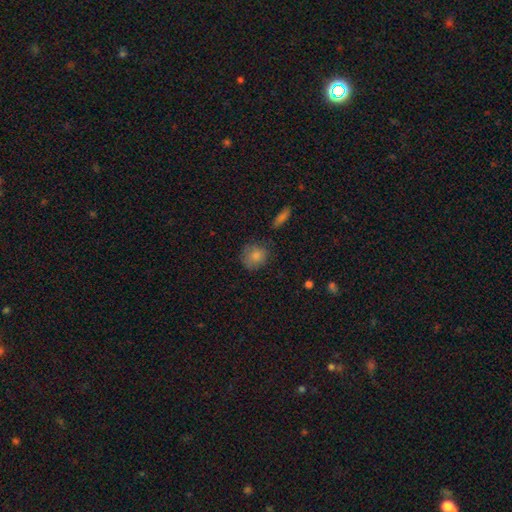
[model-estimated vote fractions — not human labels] Q: Smooth or featured?
A: smooth (82%); runner-up: featured or disk (10%)
Q: How rounded?
A: round (81%); runner-up: in between (18%)
Q: Merging?
A: none (69%); runner-up: minor disturbance (22%)